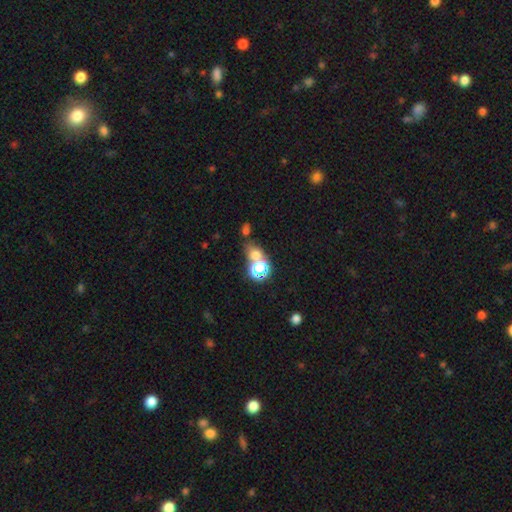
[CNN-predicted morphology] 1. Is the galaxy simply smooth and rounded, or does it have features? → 56% smooth, 34% star or artifact, 10% featured or disk.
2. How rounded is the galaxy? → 63% round, 35% in between, 2% cigar-shaped.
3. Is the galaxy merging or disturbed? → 53% none, 32% merger, 10% minor disturbance, 6% major disturbance.